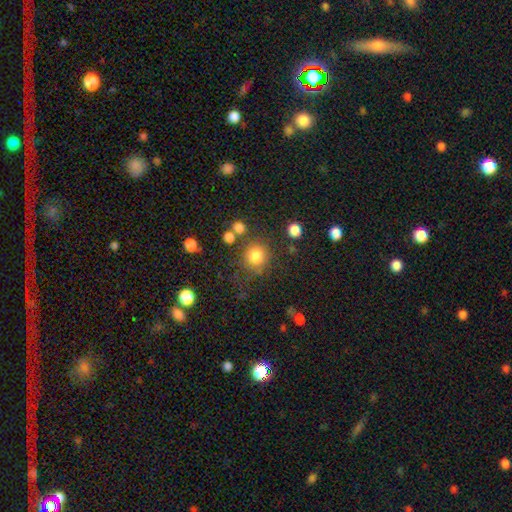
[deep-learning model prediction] Smooth or featured? Predicted: smooth (p=0.81). How rounded? Predicted: round (p=0.89). Merging? Predicted: none (p=0.76).